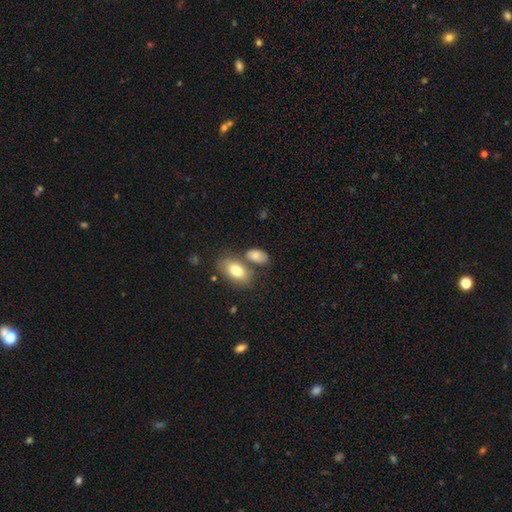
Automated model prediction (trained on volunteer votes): A smooth galaxy with no disk features (80%) that is in between round and cigar-shaped (89%).

Vote fractions:
- Smooth or featured? smooth: 80% / featured or disk: 13% / star or artifact: 7%
- How rounded? in between: 89% / round: 8% / cigar-shaped: 2%
- Merging? none: 51% / merger: 29% / minor disturbance: 15% / major disturbance: 5%